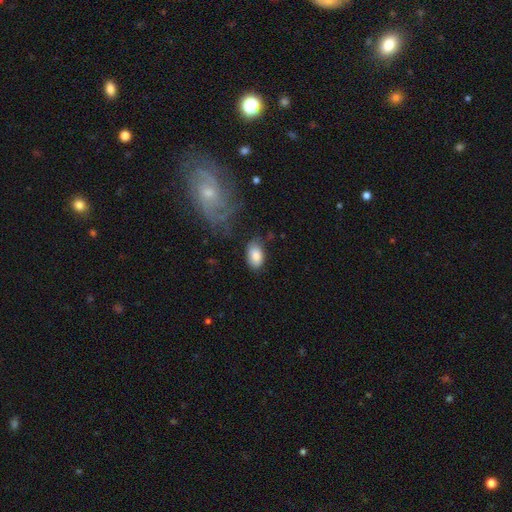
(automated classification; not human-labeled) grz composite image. It shows a smooth galaxy with no disk features (83%) that is in between round and cigar-shaped (91%). Merging: none (74%).